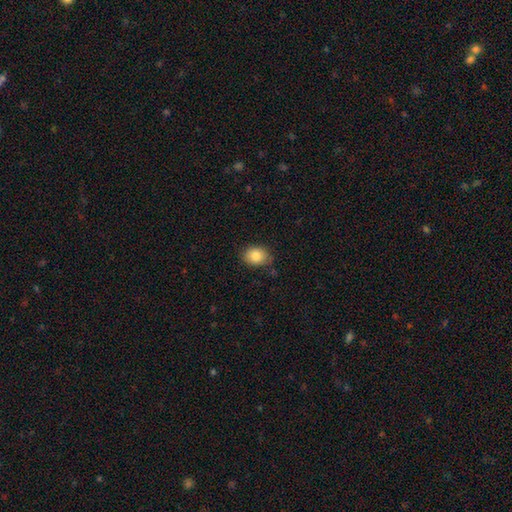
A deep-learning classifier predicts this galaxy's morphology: Smooth or featured? Predicted: smooth (p=0.85). How rounded? Predicted: in between (p=0.60). Merging? Predicted: none (p=0.81).